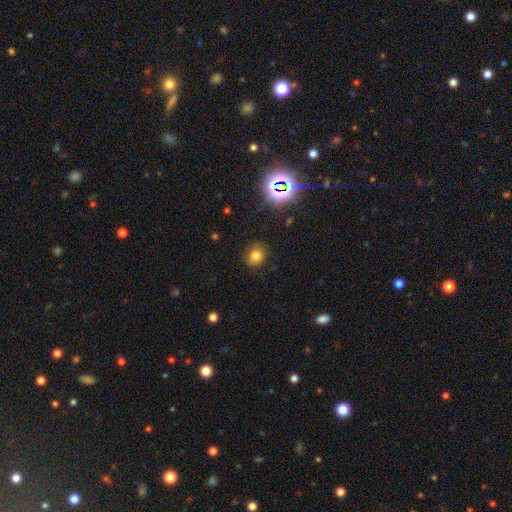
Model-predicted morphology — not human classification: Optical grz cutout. It shows a smooth galaxy with no disk features (74%) that is round (71%). Merging: none (85%).